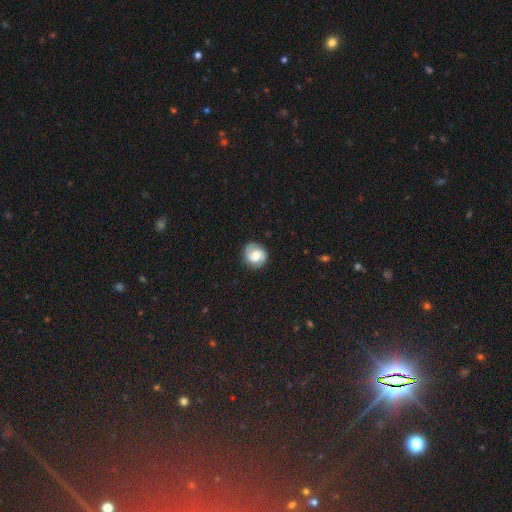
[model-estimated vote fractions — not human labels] Overall: featured or disk (62%; smooth 30%). Edge-on disk: no (98%). Bar: no (46%; weak 43%). Spiral arms: yes (93%). Spiral arm count: 2 (87%). Spiral winding: medium (45%; tight 37%). Bulge size: moderate (43%; large 29%). Merging: none (84%).